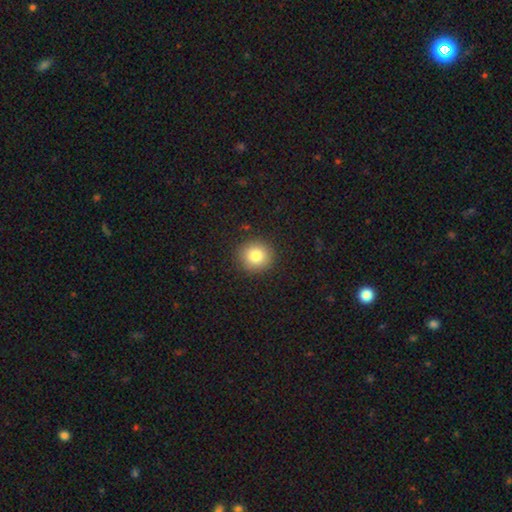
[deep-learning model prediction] Smooth or featured?
  - smooth: 82% *
  - star or artifact: 10%
  - featured or disk: 7%
How rounded?
  - round: 91% *
  - in between: 8%
  - cigar-shaped: 1%
Merging?
  - none: 91% *
  - minor disturbance: 6%
  - major disturbance: 2%
  - merger: 1%